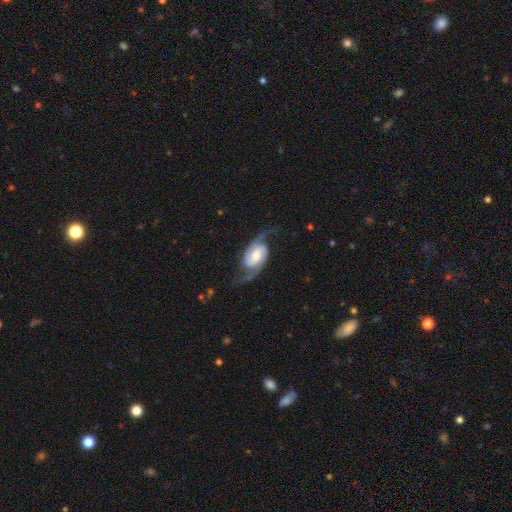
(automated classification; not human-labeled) featured or disk 90%, smooth 6%, star or artifact 4%. Down the decision tree: edge-on disk — no (97%); bar — weak (44%); spiral arms — yes (98%); spiral arm count — 2 (94%); spiral winding — medium (46%); bulge size — moderate (46%); merging — none (74%).